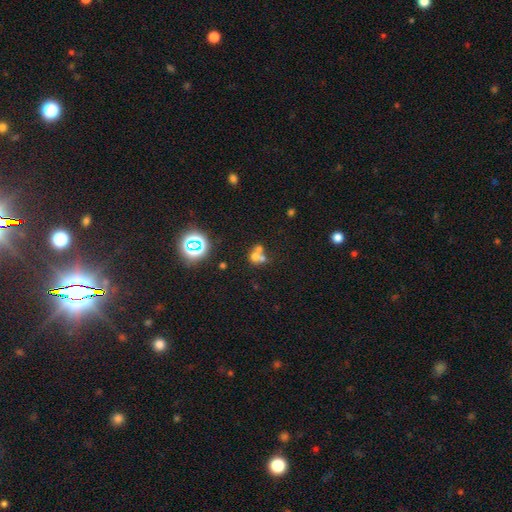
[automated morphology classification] Smooth or featured: smooth — 56% (star or artifact — 24%)
How rounded: round — 73% (in between — 26%)
Merging: merger — 58% (none — 31%)